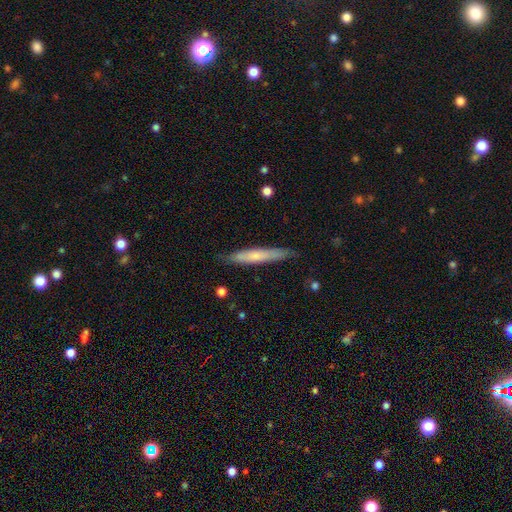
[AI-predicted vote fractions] Q: Smooth or featured?
A: smooth (60%); runner-up: featured or disk (35%)
Q: How rounded?
A: cigar-shaped (94%); runner-up: in between (5%)
Q: Merging?
A: none (84%); runner-up: minor disturbance (13%)